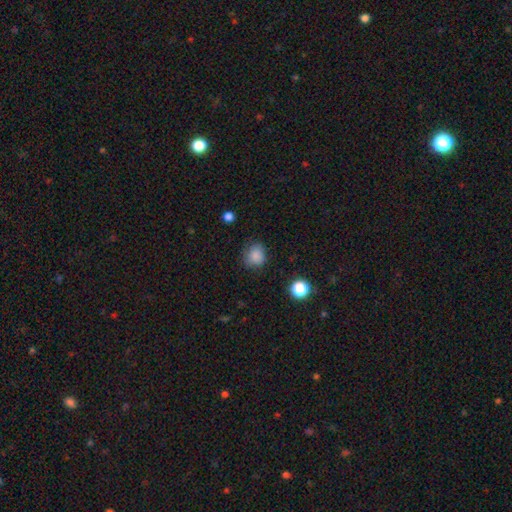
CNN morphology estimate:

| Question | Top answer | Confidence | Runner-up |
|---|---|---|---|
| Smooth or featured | smooth | 85% | star or artifact (11%) |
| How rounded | round | 68% | in between (31%) |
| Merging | none | 72% | minor disturbance (21%) |